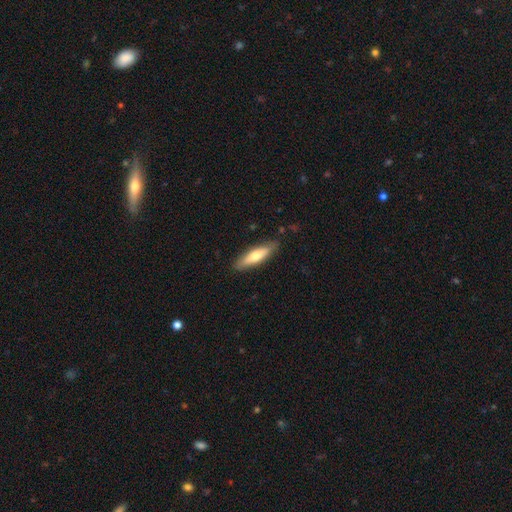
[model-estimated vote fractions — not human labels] Smooth or featured? Predicted: smooth (p=0.62). How rounded? Predicted: cigar-shaped (p=0.63). Merging? Predicted: none (p=0.85).